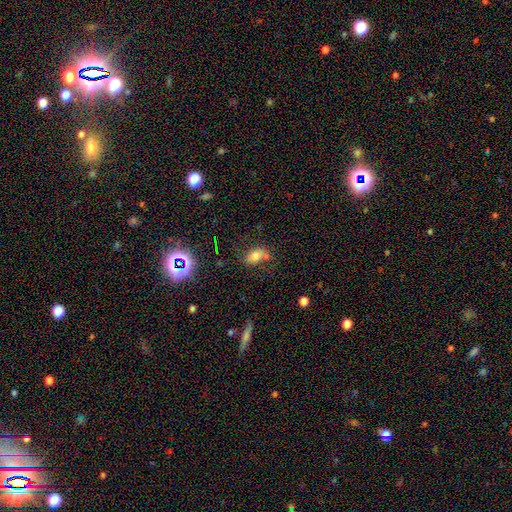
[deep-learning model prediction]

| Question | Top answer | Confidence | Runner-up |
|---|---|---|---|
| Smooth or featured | smooth | 66% | featured or disk (17%) |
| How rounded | in between | 83% | round (15%) |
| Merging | none | 56% | minor disturbance (21%) |